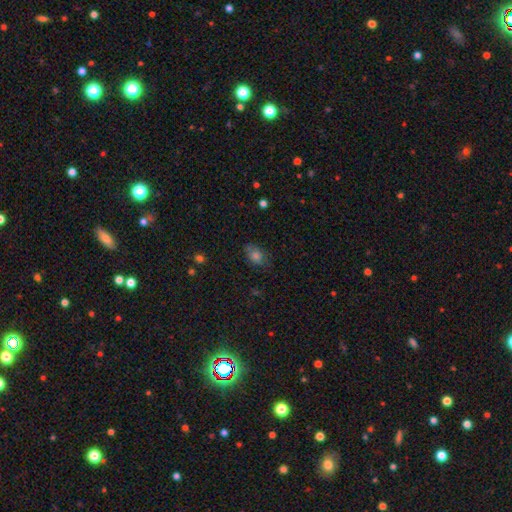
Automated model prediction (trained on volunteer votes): Smooth or featured: smooth — 72% (star or artifact — 17%)
How rounded: in between — 70% (round — 29%)
Merging: none — 76% (minor disturbance — 18%)